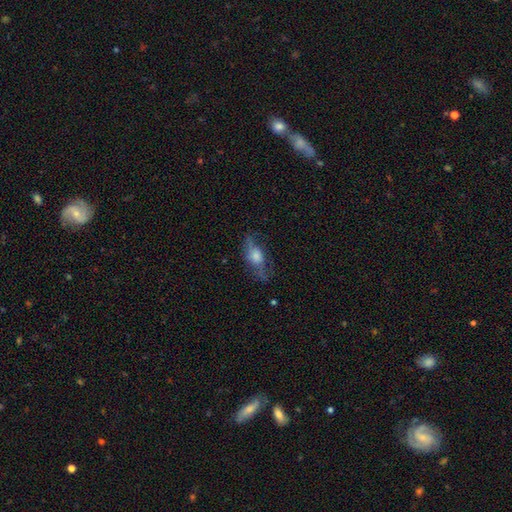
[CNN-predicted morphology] Overall: featured or disk (56%; smooth 33%). Edge-on disk: no (60%; yes 40%). Merging: none (59%; minor disturbance 22%).